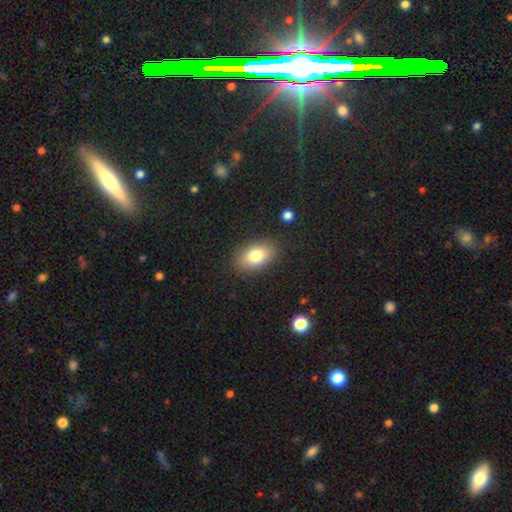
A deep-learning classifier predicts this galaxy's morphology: smooth_or_featured: smooth (p=0.79) [alt: featured or disk p=0.12]
how_rounded: in between (p=0.87) [alt: round p=0.11]
merging: none (p=0.86) [alt: minor disturbance p=0.10]